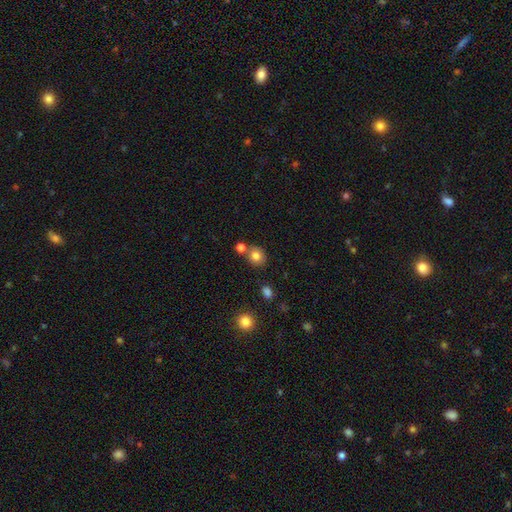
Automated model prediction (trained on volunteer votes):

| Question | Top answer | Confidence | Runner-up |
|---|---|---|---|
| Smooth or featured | smooth | 81% | star or artifact (11%) |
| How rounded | round | 72% | in between (27%) |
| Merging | none | 68% | merger (18%) |